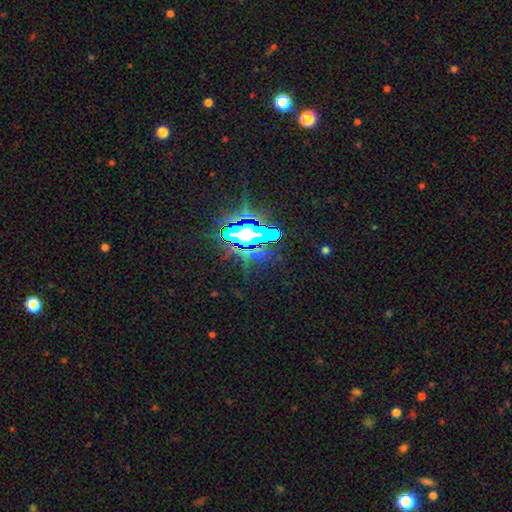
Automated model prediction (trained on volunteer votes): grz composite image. It shows a star or artifact, not a galaxy (72%).